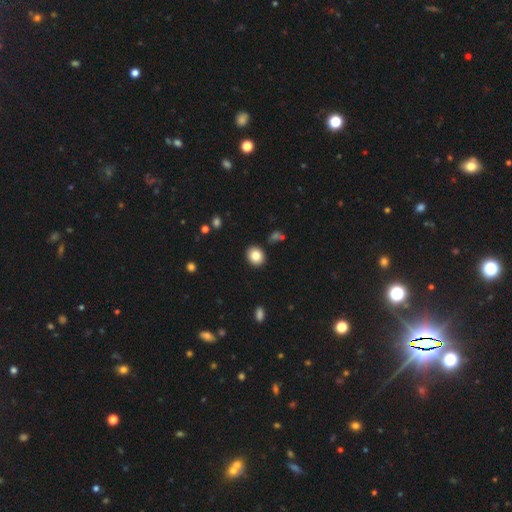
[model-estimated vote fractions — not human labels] A smooth galaxy with no disk features (83%) that is round (73%). Merging: none (90%).